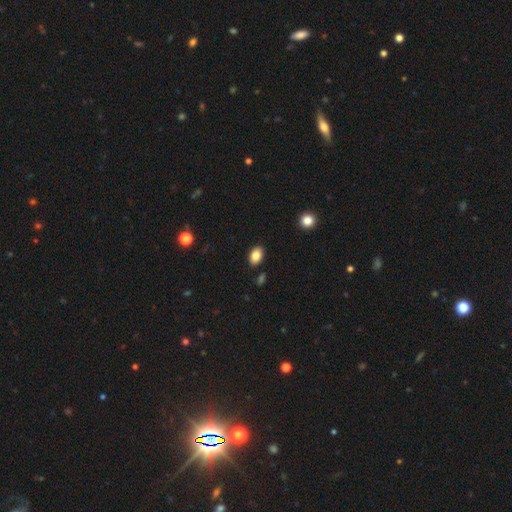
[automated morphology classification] This is clearly a smooth galaxy (85%). How rounded: clearly in between (84%). Merging: clearly none (88%).